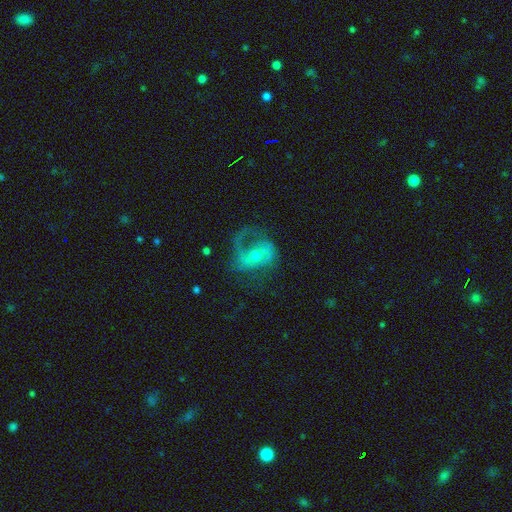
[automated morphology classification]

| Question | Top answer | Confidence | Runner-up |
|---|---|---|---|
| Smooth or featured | featured or disk | 78% | smooth (15%) |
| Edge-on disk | no | 97% | yes (3%) |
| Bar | weak | 43% | no (35%) |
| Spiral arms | yes | 88% | no (12%) |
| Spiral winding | medium | 46% | loose (38%) |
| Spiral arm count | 2 | 49% | 1 (38%) |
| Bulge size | small | 50% | moderate (45%) |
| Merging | none | 46% | major disturbance (31%) |